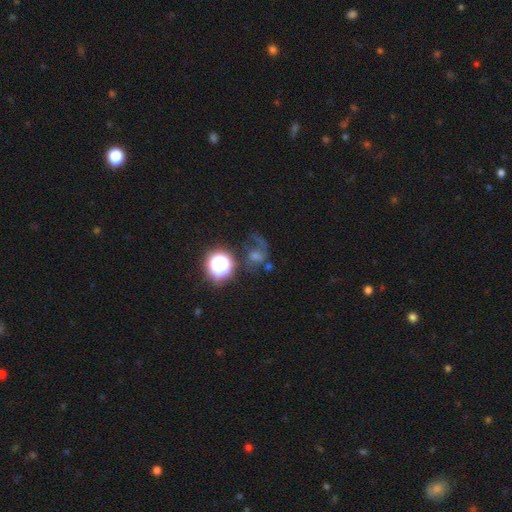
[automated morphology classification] Smooth or featured? star or artifact (38%)